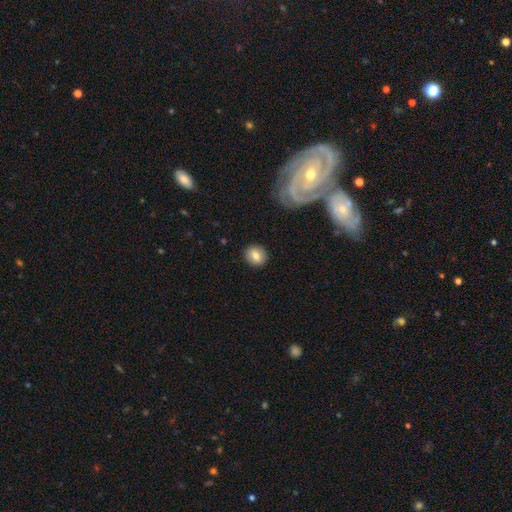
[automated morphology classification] This appears to be a smooth galaxy with no disk features (77%) that is round (76%). Merging: none (89%).